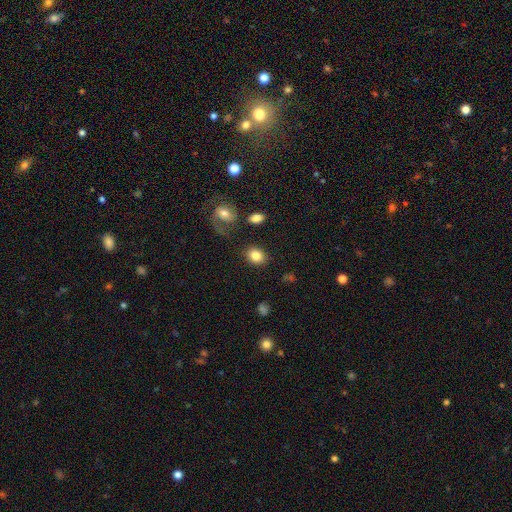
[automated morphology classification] type=smooth (84%); roundness=in between (51%); merging=none (80%).